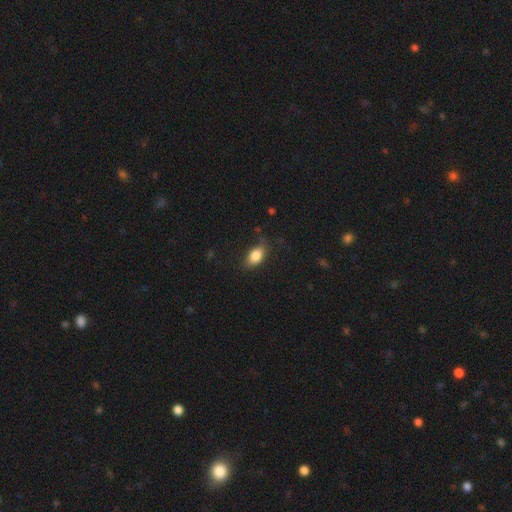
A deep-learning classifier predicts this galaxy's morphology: Overall: smooth (84%). How rounded: in between (88%). Merging: none (76%).